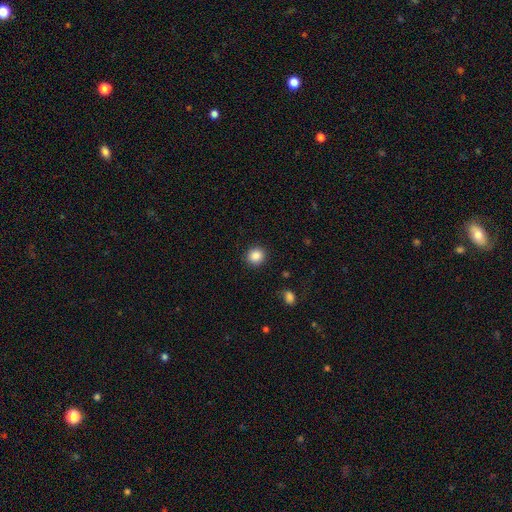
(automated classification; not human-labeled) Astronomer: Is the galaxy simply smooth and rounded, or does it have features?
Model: smooth — 87%.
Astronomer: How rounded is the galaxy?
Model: round — 89%.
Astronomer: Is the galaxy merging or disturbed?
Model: none — 91%.